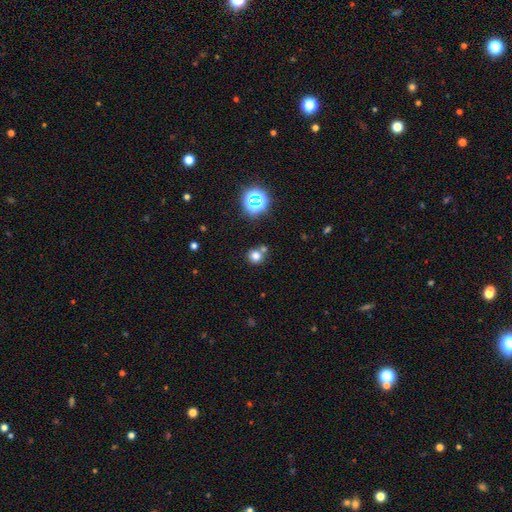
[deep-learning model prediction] Smooth or featured?
  - smooth: 73% *
  - star or artifact: 19%
  - featured or disk: 7%
How rounded?
  - round: 89% *
  - in between: 10%
  - cigar-shaped: 1%
Merging?
  - none: 63% *
  - merger: 25%
  - minor disturbance: 9%
  - major disturbance: 3%